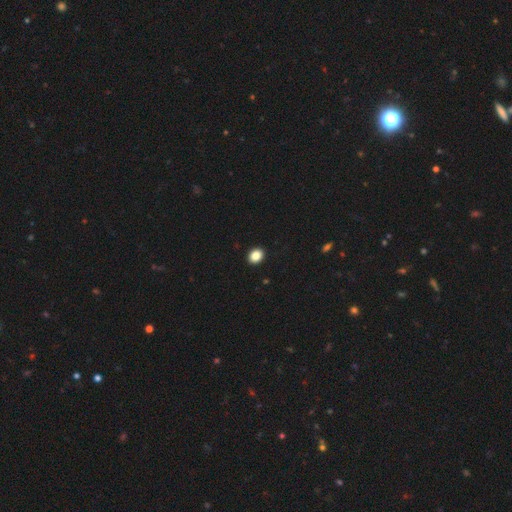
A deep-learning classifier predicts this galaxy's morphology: Smooth or featured? smooth (87%)
How rounded? in between (55%)
Merging? none (92%)